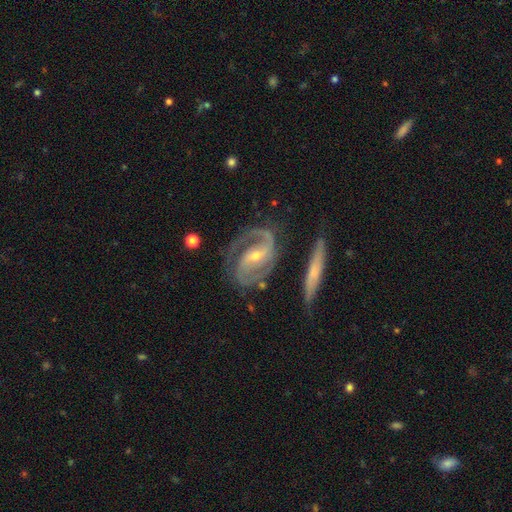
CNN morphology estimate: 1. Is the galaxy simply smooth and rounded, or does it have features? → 89% featured or disk, 6% star or artifact, 5% smooth.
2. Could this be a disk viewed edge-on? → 95% no, 5% yes.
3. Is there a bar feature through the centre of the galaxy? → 39% weak, 33% strong, 28% no.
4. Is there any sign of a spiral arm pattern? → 97% yes, 3% no.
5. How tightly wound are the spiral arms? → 48% medium, 41% tight, 12% loose.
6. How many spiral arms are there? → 78% 2, 7% 1, 6% can't tell, 6% 3, 2% 4, 2% more than 4.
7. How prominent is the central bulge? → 60% small, 36% moderate, 1% large, 1% none, 1% dominant.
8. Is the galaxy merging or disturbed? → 69% none, 16% minor disturbance, 9% major disturbance, 6% merger.